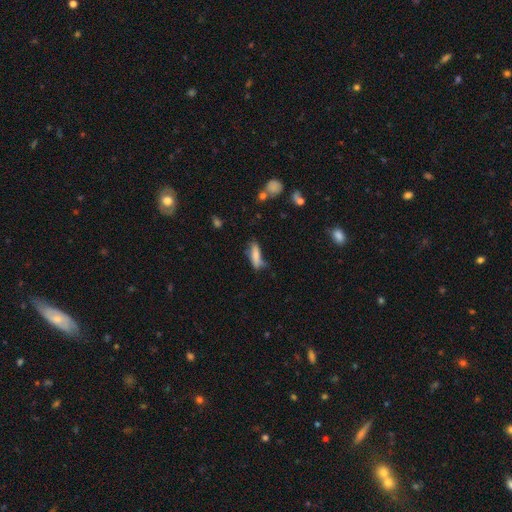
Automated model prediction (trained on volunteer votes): A smooth galaxy with no disk features (76%) that is cigar-shaped (51%). Merging: none (47%).